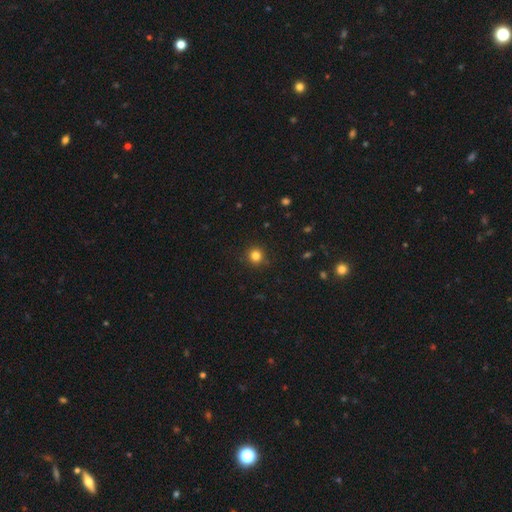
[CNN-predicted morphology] Smooth or featured? smooth (82%)
How rounded? round (94%)
Merging? none (90%)